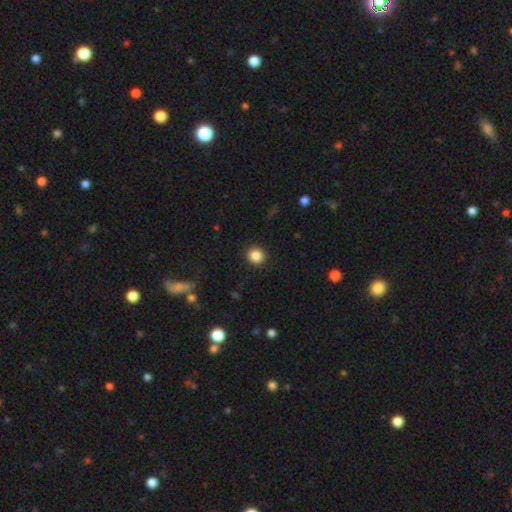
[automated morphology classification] Q: Smooth or featured?
A: smooth (85%); runner-up: star or artifact (11%)
Q: How rounded?
A: round (93%); runner-up: in between (6%)
Q: Merging?
A: none (92%); runner-up: minor disturbance (5%)